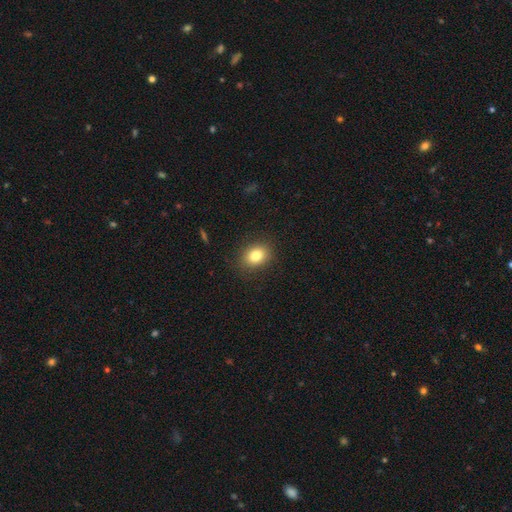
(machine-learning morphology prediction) Smooth or featured? smooth (82%)
How rounded? in between (61%)
Merging? none (88%)